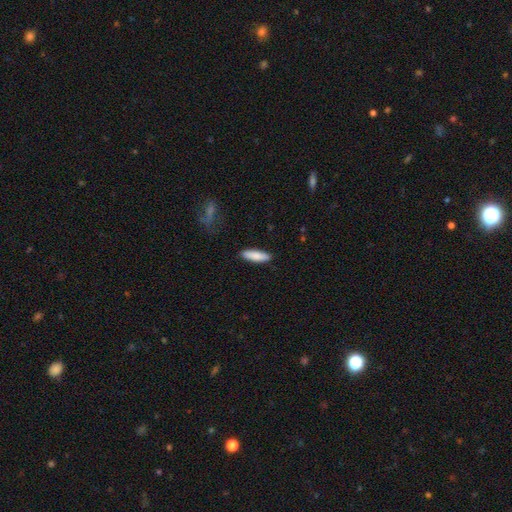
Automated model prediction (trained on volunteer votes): Q: Smooth or featured?
A: smooth (86%); runner-up: featured or disk (9%)
Q: How rounded?
A: cigar-shaped (60%); runner-up: in between (38%)
Q: Merging?
A: none (88%); runner-up: minor disturbance (9%)